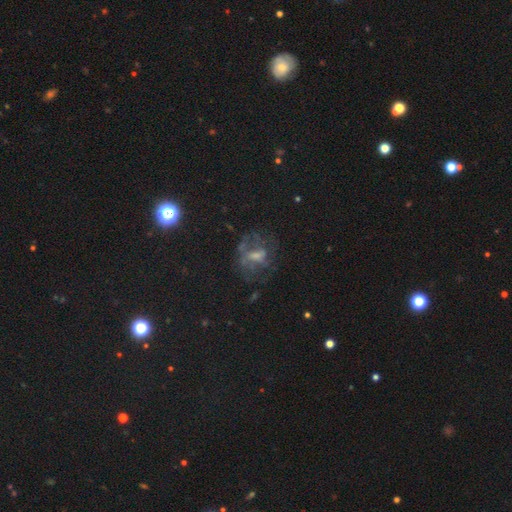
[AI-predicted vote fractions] smooth_or_featured: featured or disk (p=0.49) [alt: star or artifact p=0.30]
merging: none (p=0.57) [alt: major disturbance p=0.23]